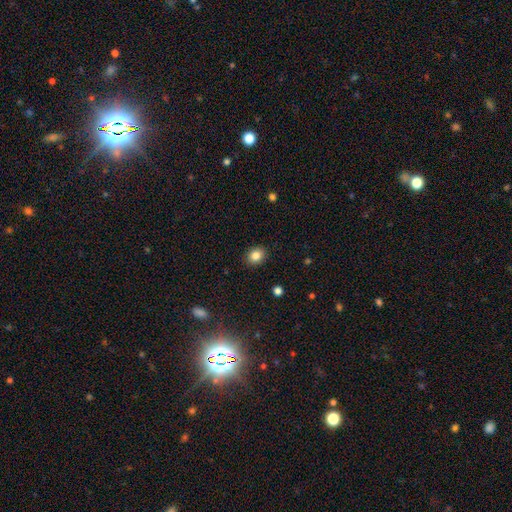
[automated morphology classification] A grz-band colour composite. It shows a smooth galaxy with no disk features (84%) that is round (55%). Merging: none (90%).